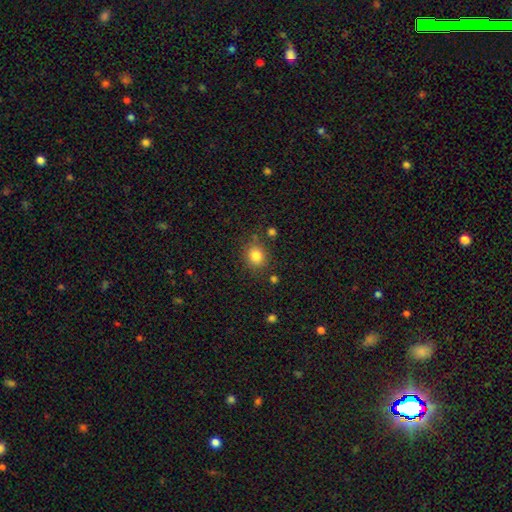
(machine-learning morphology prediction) Overall: smooth (83%). How rounded: round (78%). Merging: none (81%).